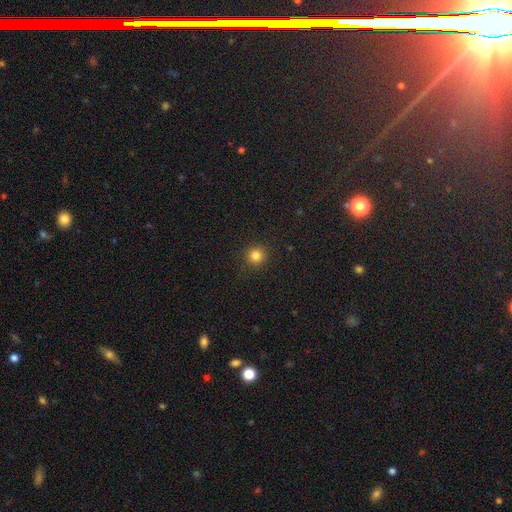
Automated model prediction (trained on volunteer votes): This is clearly a smooth galaxy (83%). How rounded: clearly round (94%). Merging: clearly none (91%).